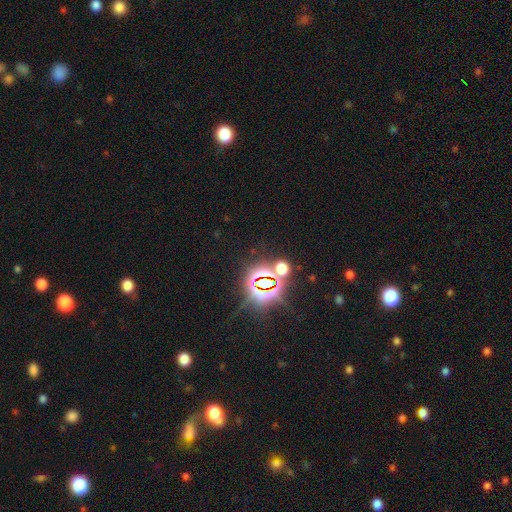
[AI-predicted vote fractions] This appears to be a star or artifact, not a galaxy (76%).